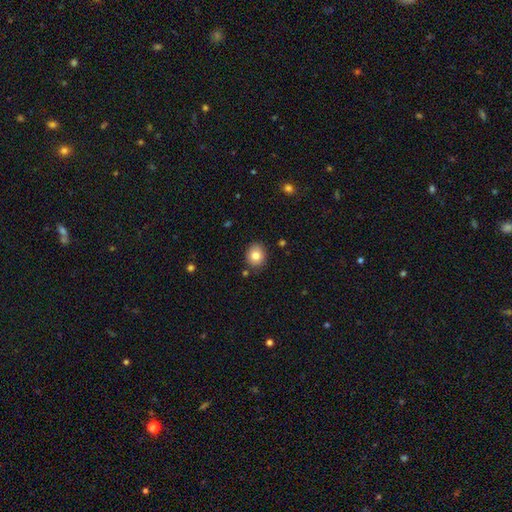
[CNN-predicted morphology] A smooth galaxy with no disk features (80%) that is round (71%). Merging: none (86%).